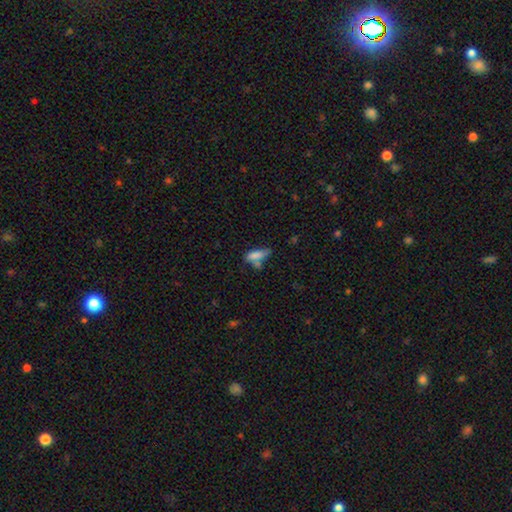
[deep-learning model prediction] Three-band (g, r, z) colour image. It shows a smooth galaxy with no disk features (76%) that is in between round and cigar-shaped (61%). Merging: none (38%).